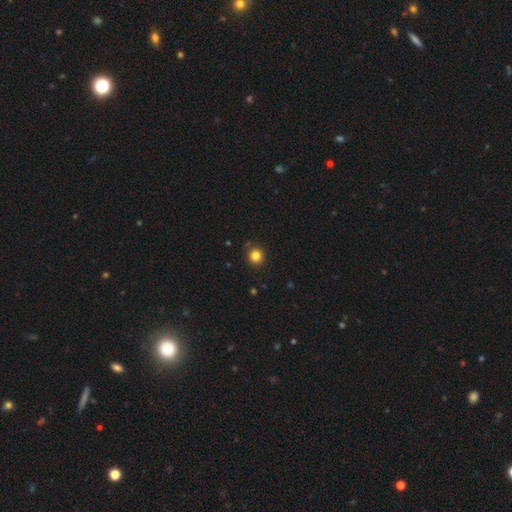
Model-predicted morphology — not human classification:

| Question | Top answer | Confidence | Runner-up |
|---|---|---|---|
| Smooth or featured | smooth | 83% | star or artifact (12%) |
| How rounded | round | 92% | in between (7%) |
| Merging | none | 89% | minor disturbance (7%) |